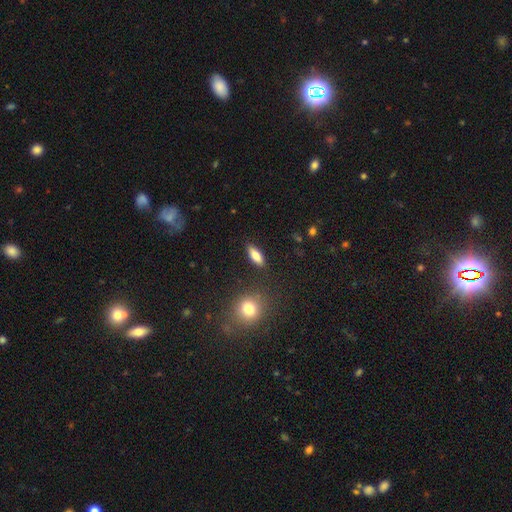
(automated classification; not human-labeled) Smooth or featured: smooth — 79% (featured or disk — 14%)
How rounded: in between — 64% (cigar-shaped — 32%)
Merging: none — 87% (minor disturbance — 9%)